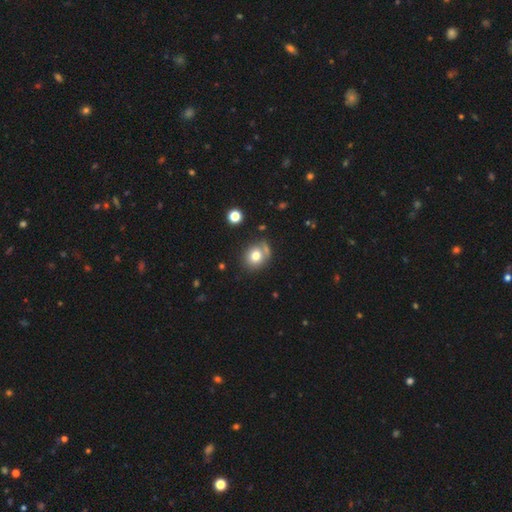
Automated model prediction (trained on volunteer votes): Q: Smooth or featured?
A: smooth (76%); runner-up: featured or disk (13%)
Q: How rounded?
A: round (74%); runner-up: in between (25%)
Q: Merging?
A: none (66%); runner-up: minor disturbance (16%)